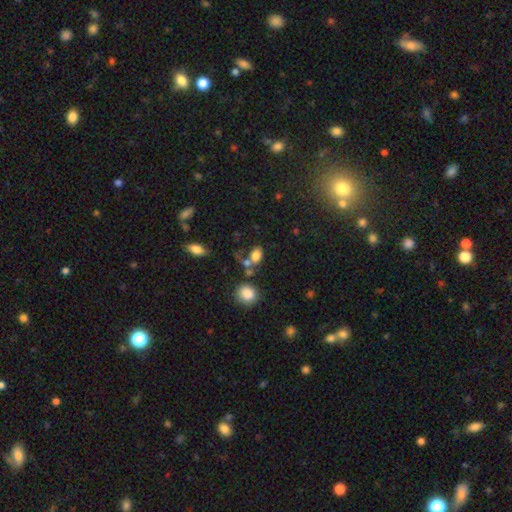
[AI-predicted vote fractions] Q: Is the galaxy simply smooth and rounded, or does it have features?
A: smooth — 78%.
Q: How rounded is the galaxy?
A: in between — 74%.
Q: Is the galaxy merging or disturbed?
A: none — 47%.